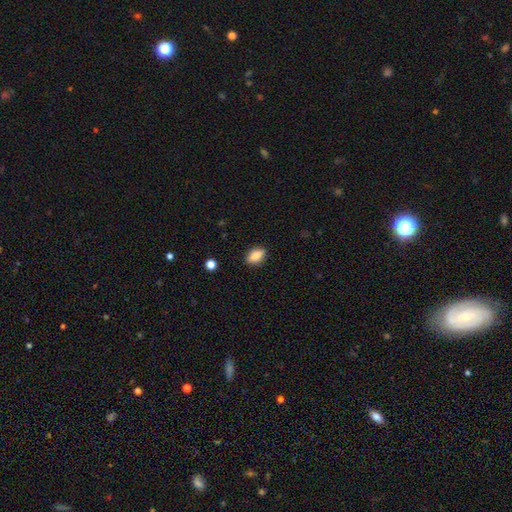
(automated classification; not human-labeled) This is likely a smooth galaxy (79%). How rounded: likely in between (80%). Merging: clearly none (84%).